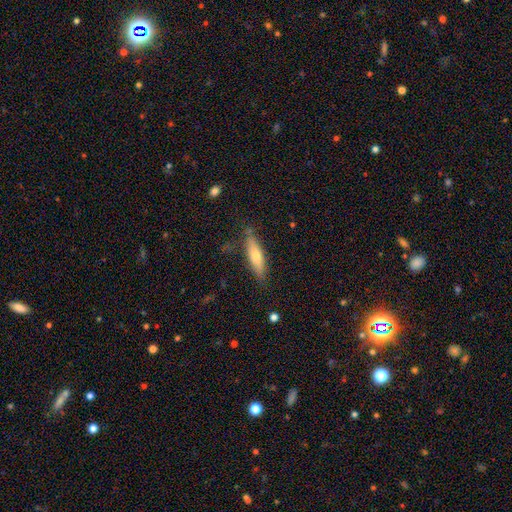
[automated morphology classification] A smooth galaxy with no disk features (60%) that is cigar-shaped (74%).

Vote fractions:
- Smooth or featured? smooth: 60% / featured or disk: 33% / star or artifact: 7%
- How rounded? cigar-shaped: 74% / in between: 24% / round: 2%
- Merging? none: 79% / minor disturbance: 15% / major disturbance: 3% / merger: 2%